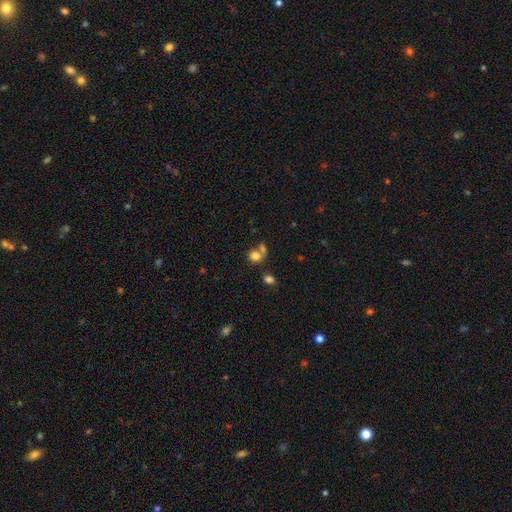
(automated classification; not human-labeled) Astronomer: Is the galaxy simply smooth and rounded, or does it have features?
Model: smooth — 79%.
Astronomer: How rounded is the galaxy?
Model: round — 66%.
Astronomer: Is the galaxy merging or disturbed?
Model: none — 45% (runner-up: merger, 38%).